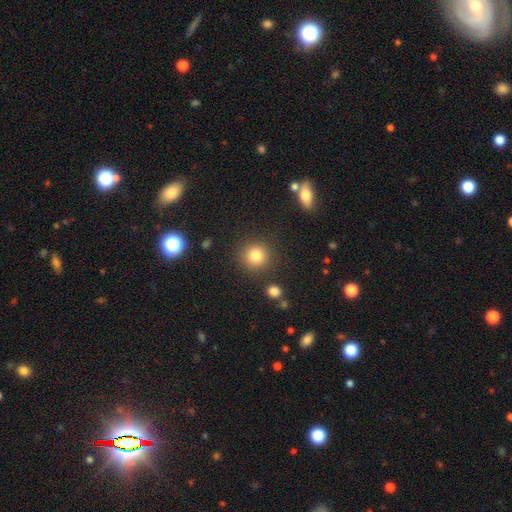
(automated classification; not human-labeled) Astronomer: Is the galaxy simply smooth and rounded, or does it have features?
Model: smooth — 82%.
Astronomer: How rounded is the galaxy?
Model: round — 92%.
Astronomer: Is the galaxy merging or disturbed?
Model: none — 87%.